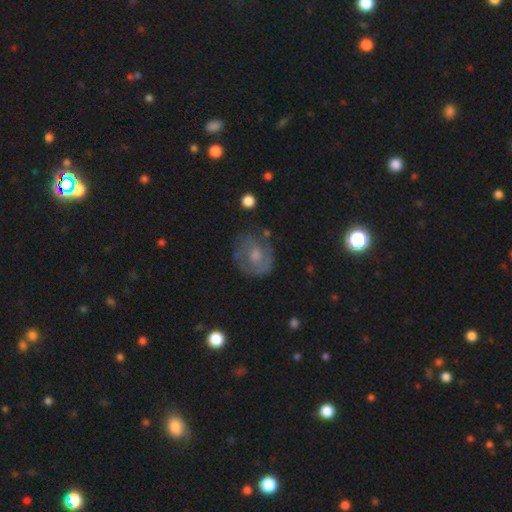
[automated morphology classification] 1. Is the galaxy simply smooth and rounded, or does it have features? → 56% featured or disk, 34% smooth, 10% star or artifact.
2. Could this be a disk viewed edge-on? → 97% no, 3% yes.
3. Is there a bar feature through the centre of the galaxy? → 67% no, 28% weak, 5% strong.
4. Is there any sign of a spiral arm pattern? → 60% yes, 40% no.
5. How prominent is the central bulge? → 51% moderate, 38% small, 6% none, 4% large, 1% dominant.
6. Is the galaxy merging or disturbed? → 66% none, 21% minor disturbance, 10% major disturbance, 2% merger.